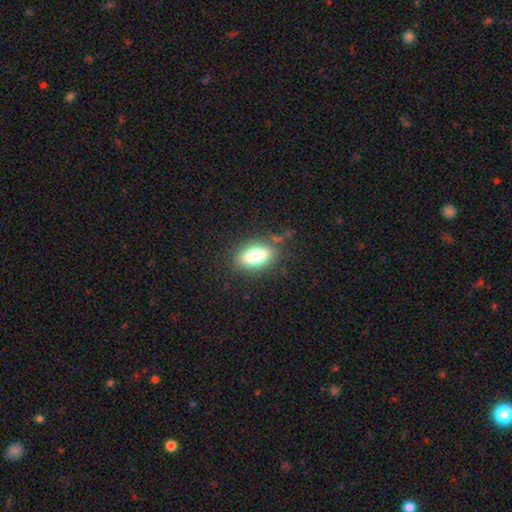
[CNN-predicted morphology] smooth 70%, featured or disk 21%, star or artifact 10%. Down the decision tree: how rounded — in between (81%); merging — none (81%).